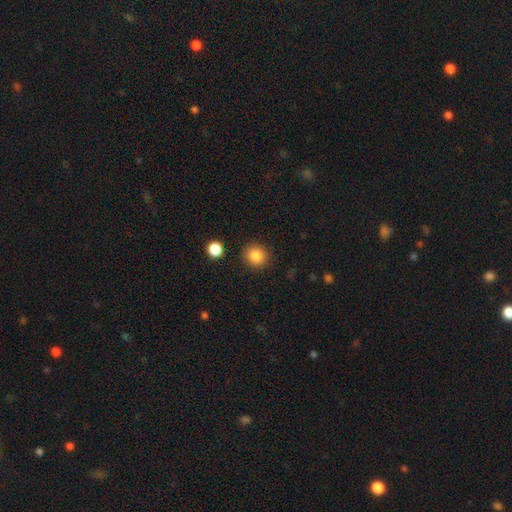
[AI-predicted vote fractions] A smooth galaxy with no disk features (85%) that is round (89%). Merging: none (90%).